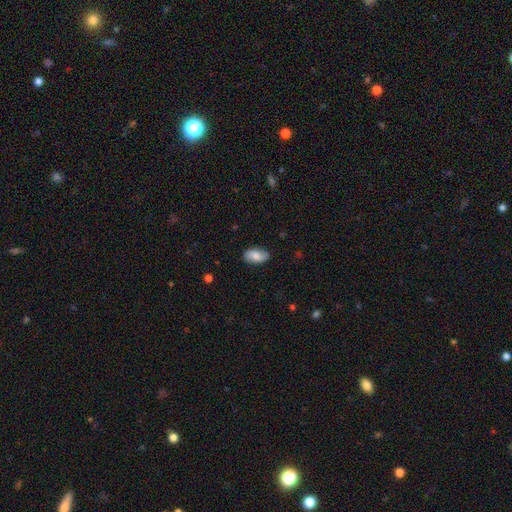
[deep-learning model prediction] smooth_or_featured: smooth (p=0.69) [alt: featured or disk p=0.24]
how_rounded: in between (p=0.94) [alt: round p=0.04]
merging: none (p=0.84) [alt: minor disturbance p=0.12]